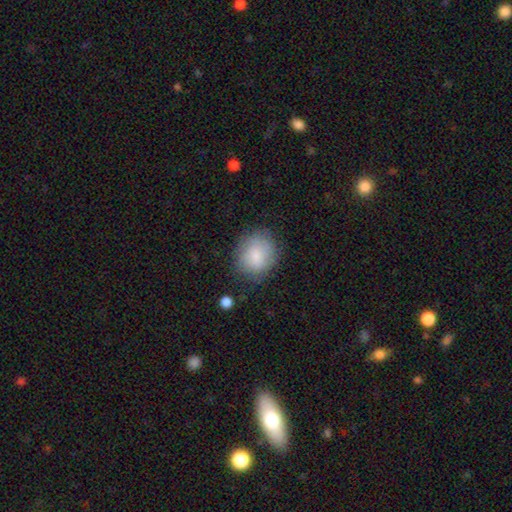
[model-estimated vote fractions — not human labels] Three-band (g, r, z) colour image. It shows a smooth galaxy with no disk features (79%) that is round (70%). Merging: none (74%).